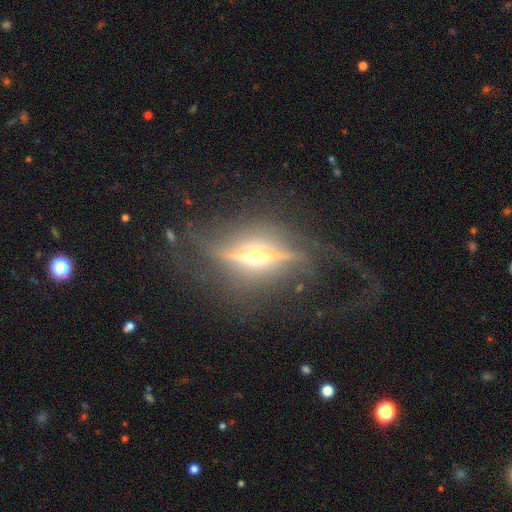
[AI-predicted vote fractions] Q: Smooth or featured?
A: featured or disk (84%); runner-up: smooth (8%)
Q: Edge-on disk?
A: yes (89%); runner-up: no (11%)
Q: Edge-on bulge?
A: rounded (93%); runner-up: none (4%)
Q: Merging?
A: none (70%); runner-up: minor disturbance (16%)